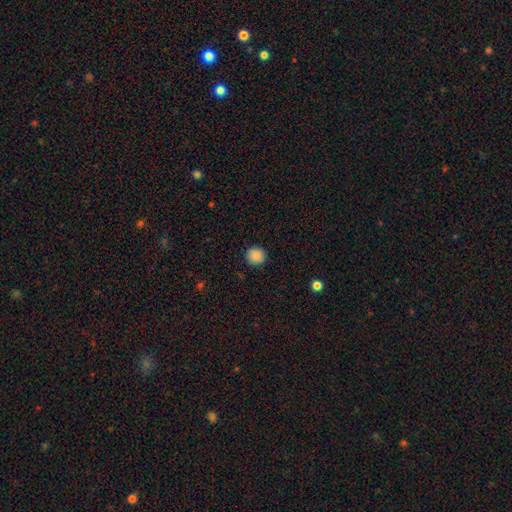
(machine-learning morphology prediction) The model was most divided on "smooth or featured": smooth: 88%, star or artifact: 9%, featured or disk: 3%. More confident: how rounded — round (94%); merging — none (90%).